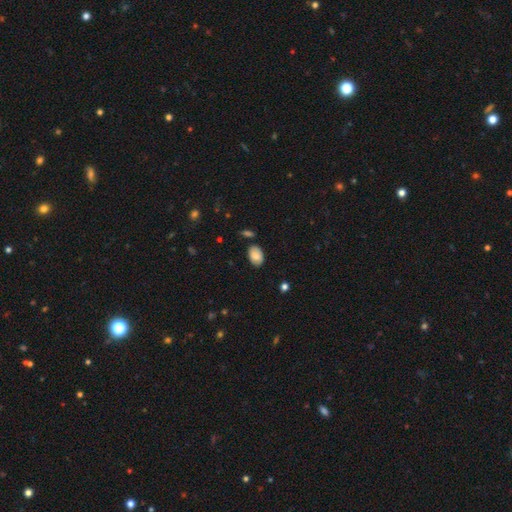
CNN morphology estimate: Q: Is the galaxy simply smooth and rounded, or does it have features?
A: smooth — 81%.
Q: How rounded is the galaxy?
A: in between — 88%.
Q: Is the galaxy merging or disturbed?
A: none — 81%.